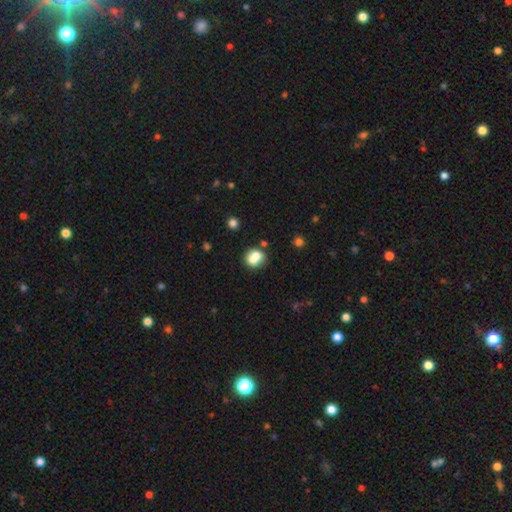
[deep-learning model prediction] This appears to be a smooth galaxy with no disk features (73%) that is round (67%). Merging: merger (42%, tied with none).